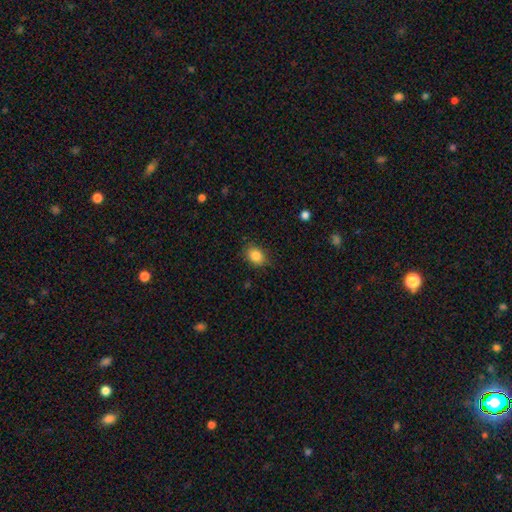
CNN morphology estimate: Smooth or featured?
  - smooth: 87% *
  - star or artifact: 9%
  - featured or disk: 5%
How rounded?
  - in between: 64% *
  - round: 35%
  - cigar-shaped: 1%
Merging?
  - none: 82% *
  - minor disturbance: 13%
  - major disturbance: 3%
  - merger: 1%